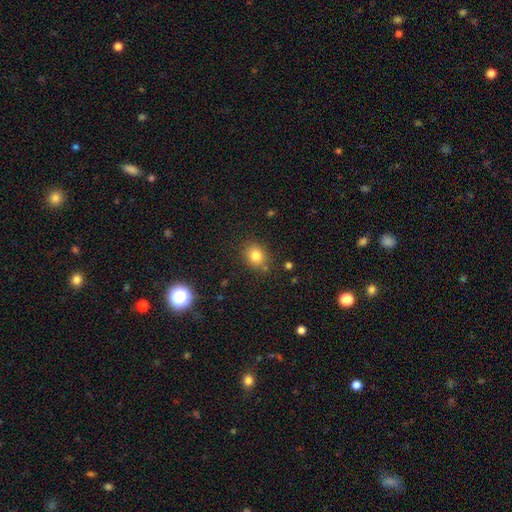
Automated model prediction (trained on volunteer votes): Overall: smooth (81%). How rounded: round (64%; in between 35%). Merging: none (81%).